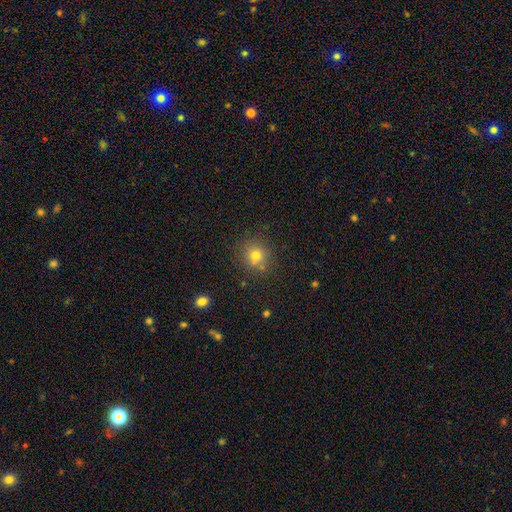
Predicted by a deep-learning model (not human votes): smooth-or-featured: smooth: 75% | star or artifact: 16% | featured or disk: 9%
  how-rounded: round: 86% | in between: 13% | cigar-shaped: 1%
  merging: none: 77% | minor disturbance: 11% | merger: 8% | major disturbance: 4%